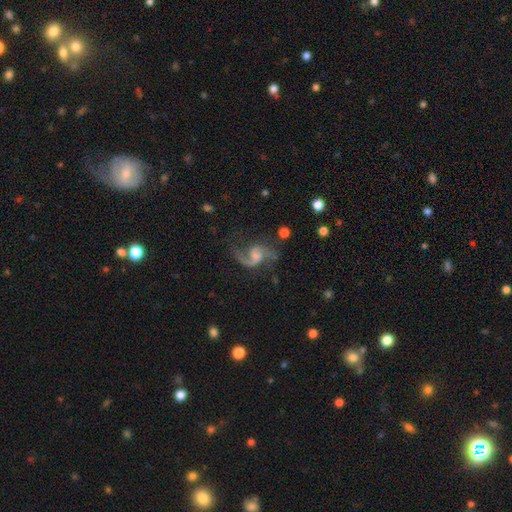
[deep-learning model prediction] This is clearly a featured or disk galaxy (87%). It is clearly not viewed edge-on (98%). Bar: possibly weak (46%). Spiral arm pattern: clearly yes (97%). Spiral arm count: clearly 2 (87%). Spiral winding: possibly loose (60%). Central bulge: marginally small (44%). Merging: likely none (65%).